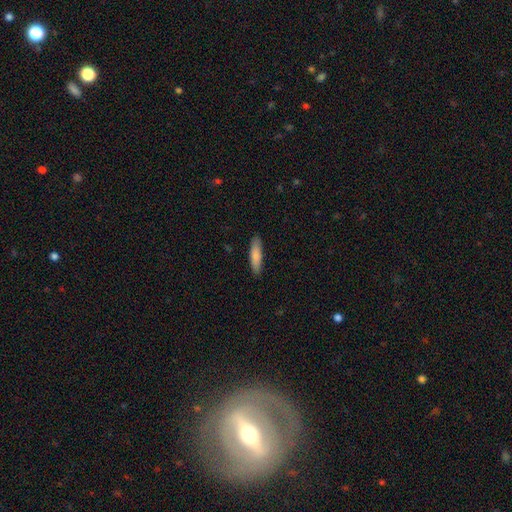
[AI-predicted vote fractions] The model was most divided on "how rounded": cigar-shaped: 72%, in between: 26%, round: 1%. More confident: merging — none (89%); smooth or featured — smooth (82%).